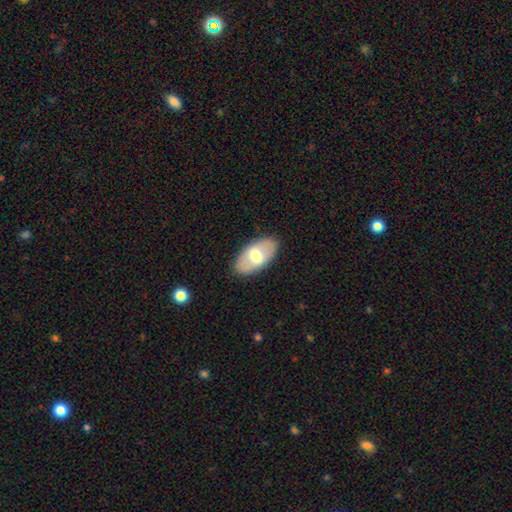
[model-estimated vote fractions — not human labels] smooth 57%, featured or disk 37%, star or artifact 6%. Down the decision tree: how rounded — in between (94%); merging — none (87%).